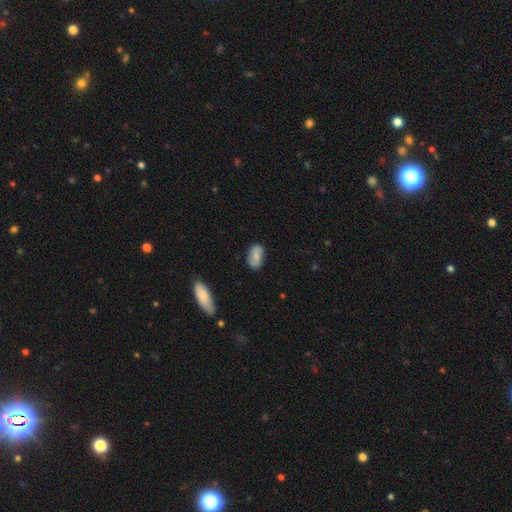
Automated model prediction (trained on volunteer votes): Morphology: type=smooth (61%); roundness=in between (90%); merging=none (81%).